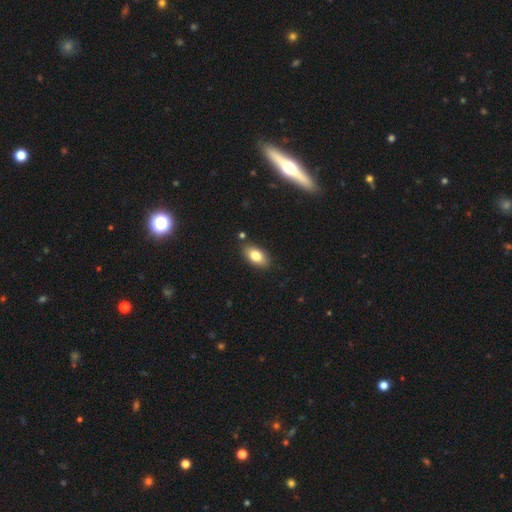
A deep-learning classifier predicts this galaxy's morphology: A smooth galaxy with no disk features (80%) that is in between round and cigar-shaped (91%).

Vote fractions:
- Smooth or featured? smooth: 80% / featured or disk: 13% / star or artifact: 7%
- How rounded? in between: 91% / round: 5% / cigar-shaped: 5%
- Merging? none: 83% / minor disturbance: 11% / merger: 3% / major disturbance: 2%